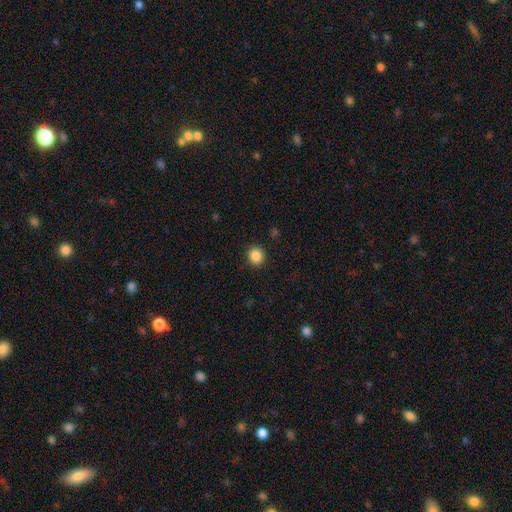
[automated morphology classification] smooth 86%, star or artifact 10%, featured or disk 4%. Down the decision tree: how rounded — round (87%); merging — none (92%).